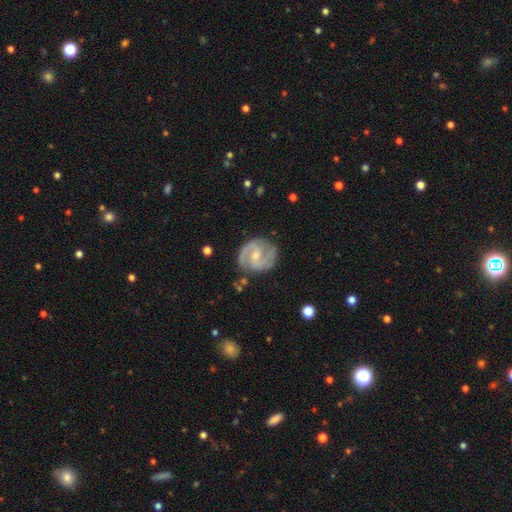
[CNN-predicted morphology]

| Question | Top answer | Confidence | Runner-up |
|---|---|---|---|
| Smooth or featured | featured or disk | 84% | smooth (11%) |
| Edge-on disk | no | 98% | yes (2%) |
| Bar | weak | 54% | no (31%) |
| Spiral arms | yes | 96% | no (4%) |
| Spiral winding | medium | 54% | tight (32%) |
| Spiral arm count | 2 | 86% | can't tell (5%) |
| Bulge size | small | 49% | moderate (41%) |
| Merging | none | 77% | minor disturbance (16%) |